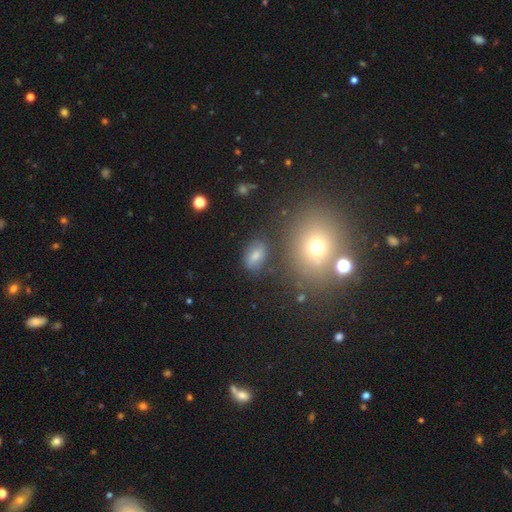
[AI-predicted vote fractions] smooth 64%, featured or disk 22%, star or artifact 14%. Down the decision tree: how rounded — in between (81%); merging — none (72%).